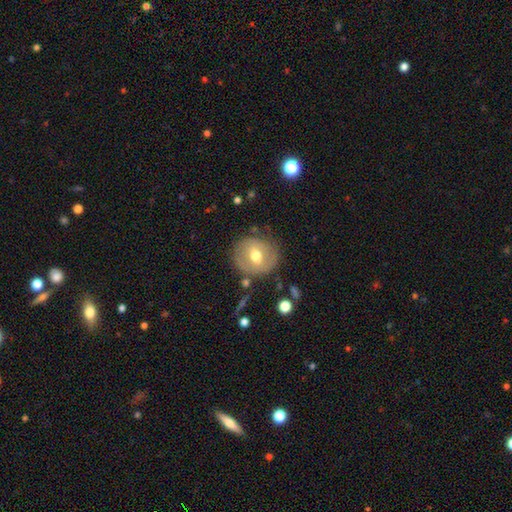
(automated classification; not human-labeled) Smooth or featured? smooth (49%)
Merging? none (79%)